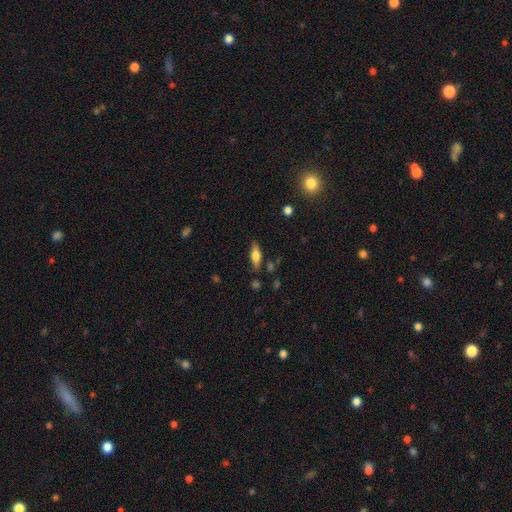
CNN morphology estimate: Smooth or featured?
  - smooth: 55% *
  - featured or disk: 37%
  - star or artifact: 7%
How rounded?
  - in between: 55% *
  - cigar-shaped: 42%
  - round: 3%
Merging?
  - none: 80% *
  - minor disturbance: 13%
  - major disturbance: 4%
  - merger: 3%